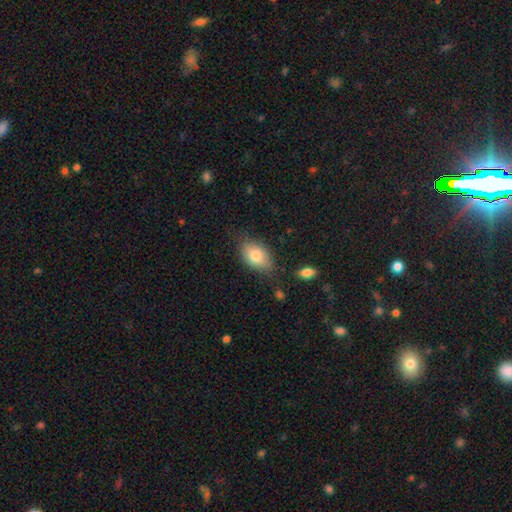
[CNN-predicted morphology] Overall: smooth (77%). How rounded: in between (87%). Merging: none (69%).